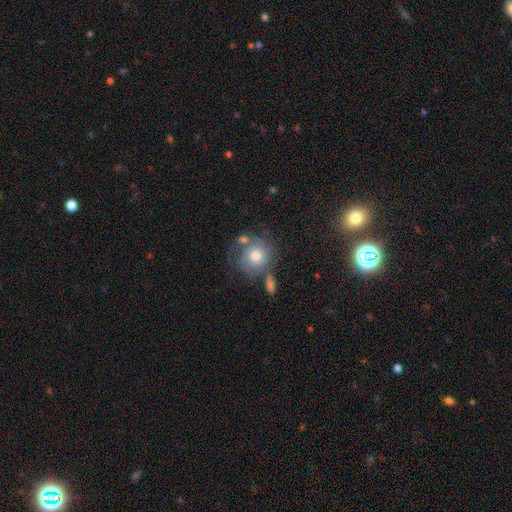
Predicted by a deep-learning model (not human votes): Overall: smooth (50%; featured or disk 40%). How rounded: round (85%). Merging: none (50%; minor disturbance 20%).